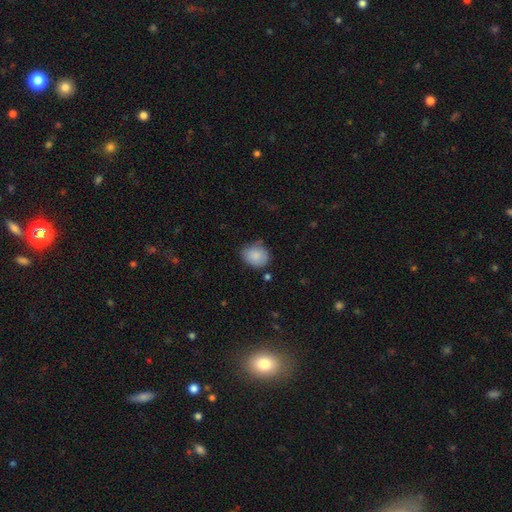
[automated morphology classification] smooth-or-featured: smooth: 86% | star or artifact: 8% | featured or disk: 6%
  how-rounded: round: 60% | in between: 39% | cigar-shaped: 1%
  merging: none: 66% | minor disturbance: 25% | major disturbance: 5% | merger: 4%